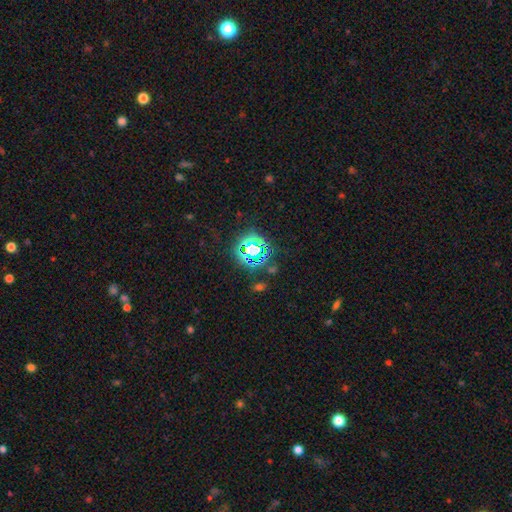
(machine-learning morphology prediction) Q: Smooth or featured?
A: star or artifact (74%); runner-up: smooth (17%)